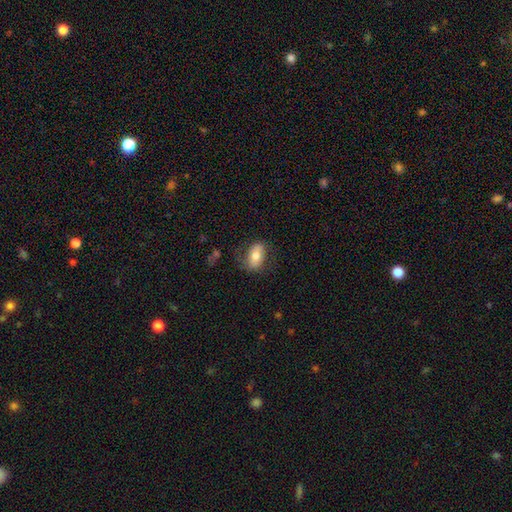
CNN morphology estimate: smooth_or_featured: smooth (p=0.66) [alt: featured or disk p=0.27]
how_rounded: in between (p=0.88) [alt: round p=0.09]
merging: none (p=0.68) [alt: minor disturbance p=0.20]